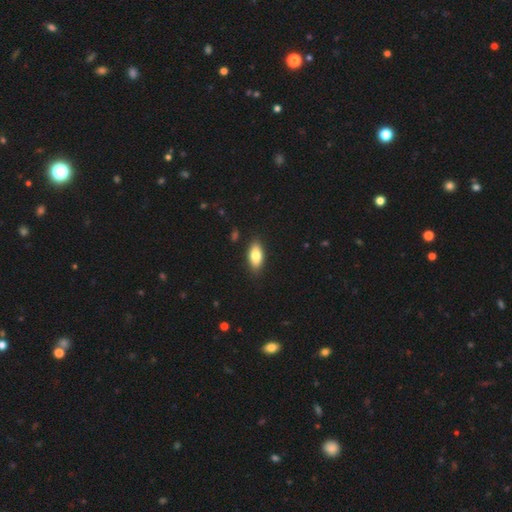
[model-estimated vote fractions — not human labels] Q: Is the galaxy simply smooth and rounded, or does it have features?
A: smooth — 80%.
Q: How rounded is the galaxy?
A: in between — 88%.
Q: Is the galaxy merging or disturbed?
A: none — 88%.